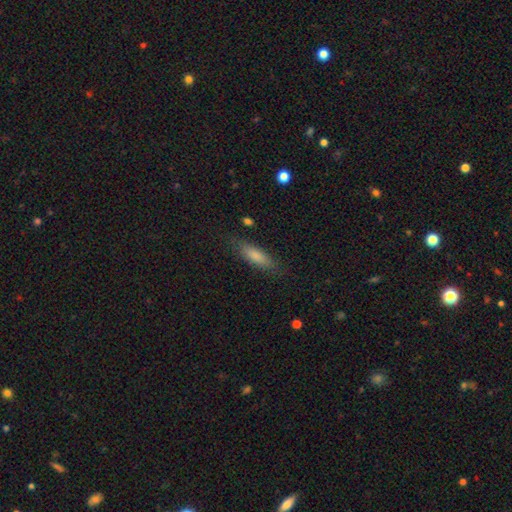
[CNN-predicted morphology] Smooth or featured? Predicted: smooth (p=0.80). How rounded? Predicted: cigar-shaped (p=0.51). Merging? Predicted: none (p=0.81).